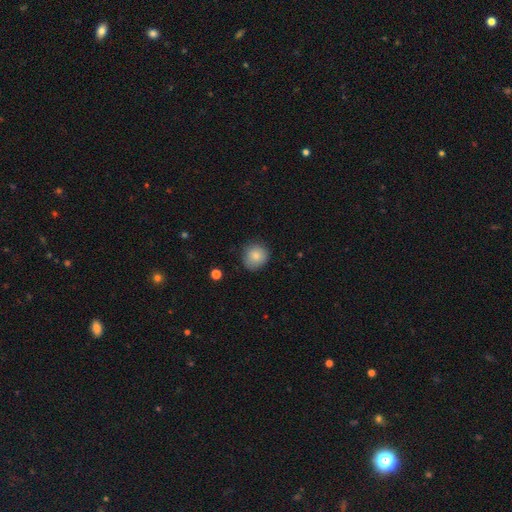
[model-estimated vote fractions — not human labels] Smooth or featured?
  - smooth: 83% *
  - star or artifact: 9%
  - featured or disk: 8%
How rounded?
  - round: 84% *
  - in between: 15%
  - cigar-shaped: 1%
Merging?
  - none: 78% *
  - minor disturbance: 17%
  - major disturbance: 3%
  - merger: 1%